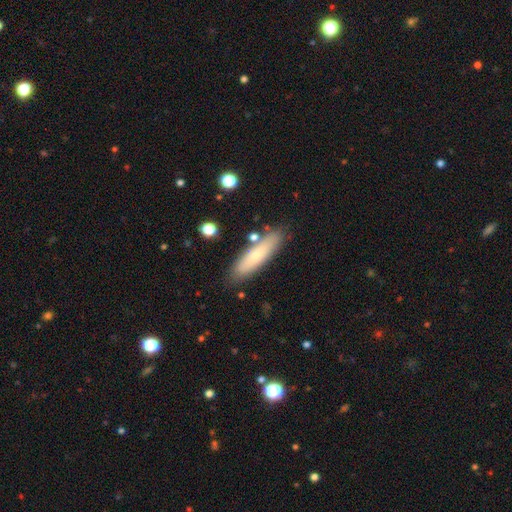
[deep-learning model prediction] This appears to be a smooth galaxy with no disk features (67%) that is cigar-shaped (67%). Merging: none (83%).